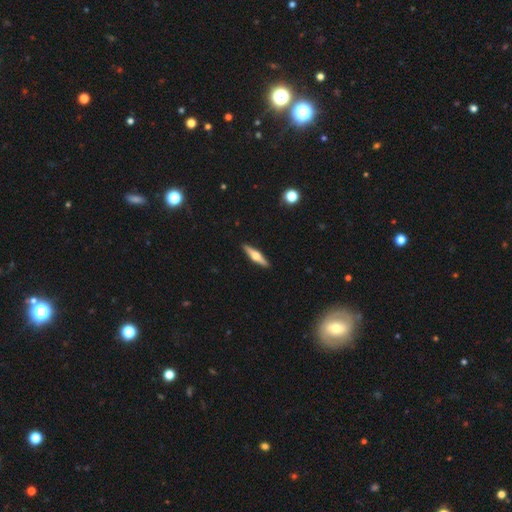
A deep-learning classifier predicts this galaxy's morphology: The model was most divided on "smooth or featured": featured or disk: 60%, smooth: 35%, star or artifact: 5%. More confident: edge-on disk — yes (96%); edge-on bulge — rounded (94%); merging — none (91%).